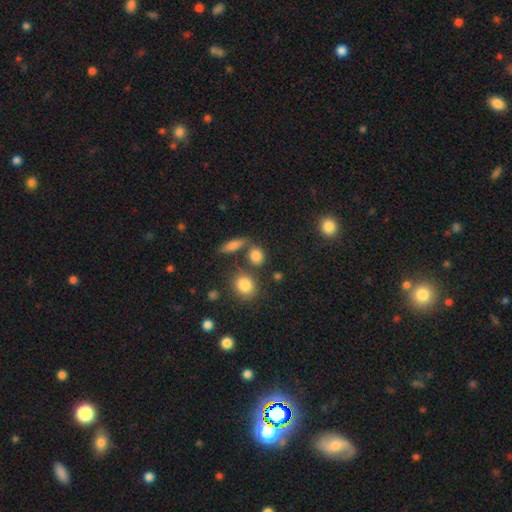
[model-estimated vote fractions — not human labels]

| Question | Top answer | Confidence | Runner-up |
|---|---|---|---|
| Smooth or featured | smooth | 82% | star or artifact (11%) |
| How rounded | round | 66% | in between (31%) |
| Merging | none | 67% | merger (16%) |